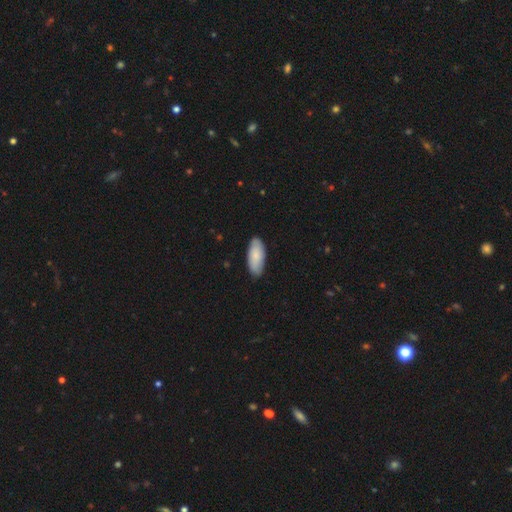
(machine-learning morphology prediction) Smooth or featured: smooth — 85% (featured or disk — 10%)
How rounded: in between — 84% (cigar-shaped — 14%)
Merging: none — 85% (minor disturbance — 12%)